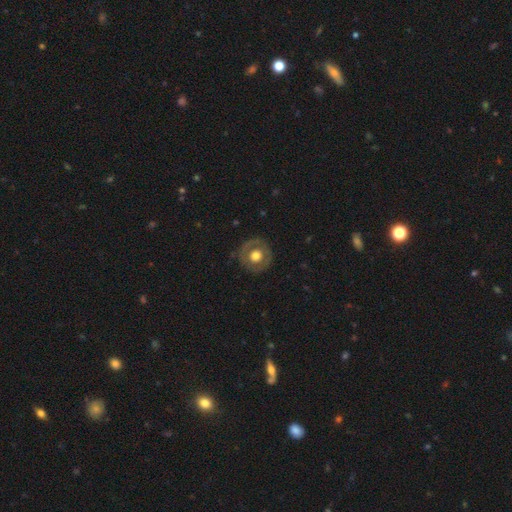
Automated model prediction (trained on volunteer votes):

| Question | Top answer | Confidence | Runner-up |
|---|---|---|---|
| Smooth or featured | smooth | 50% | featured or disk (43%) |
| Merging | none | 84% | minor disturbance (11%) |